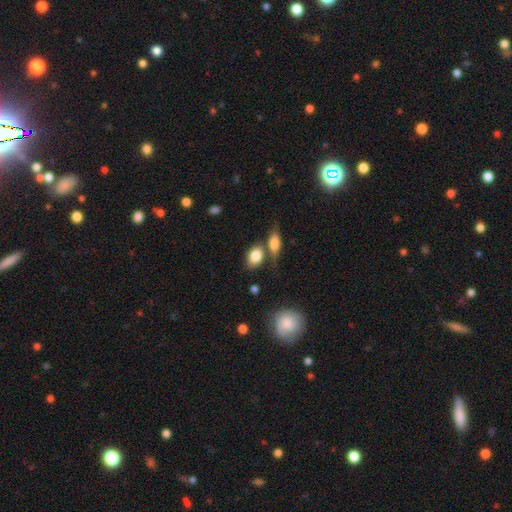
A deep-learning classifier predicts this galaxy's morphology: This appears to be a smooth galaxy with no disk features (83%) that is in between round and cigar-shaped (78%). Merging: none (52%).